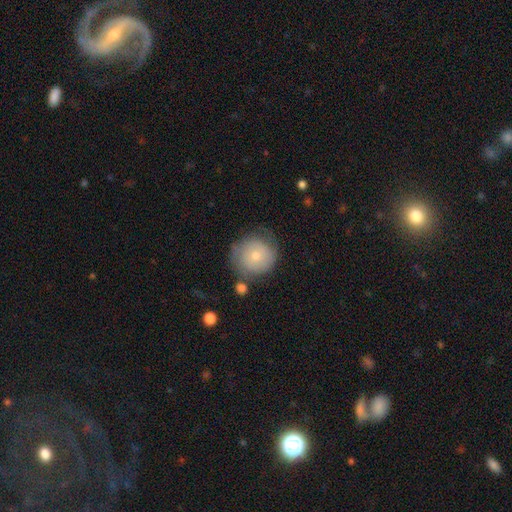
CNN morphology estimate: Smooth or featured? smooth (65%)
How rounded? round (91%)
Merging? none (60%)